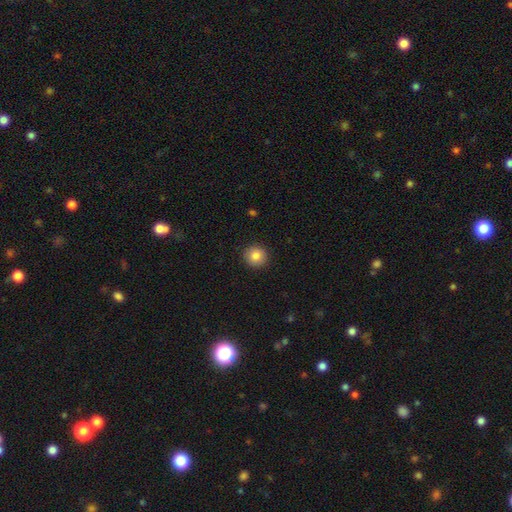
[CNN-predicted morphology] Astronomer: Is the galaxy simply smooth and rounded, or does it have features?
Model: smooth — 85%.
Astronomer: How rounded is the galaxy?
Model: round — 94%.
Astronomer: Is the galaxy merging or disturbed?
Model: none — 92%.